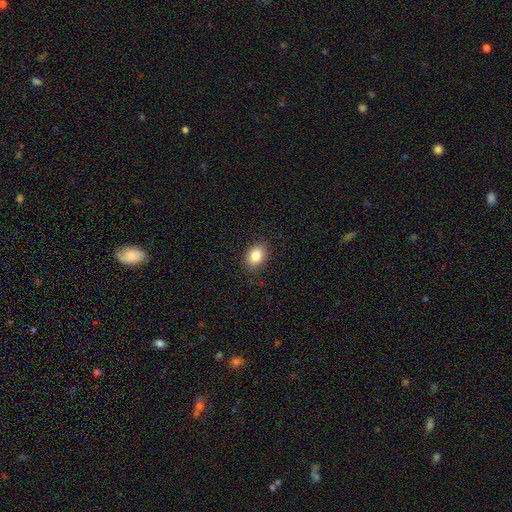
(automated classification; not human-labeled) Q: Smooth or featured?
A: smooth (84%); runner-up: star or artifact (9%)
Q: How rounded?
A: in between (69%); runner-up: round (30%)
Q: Merging?
A: none (87%); runner-up: minor disturbance (10%)